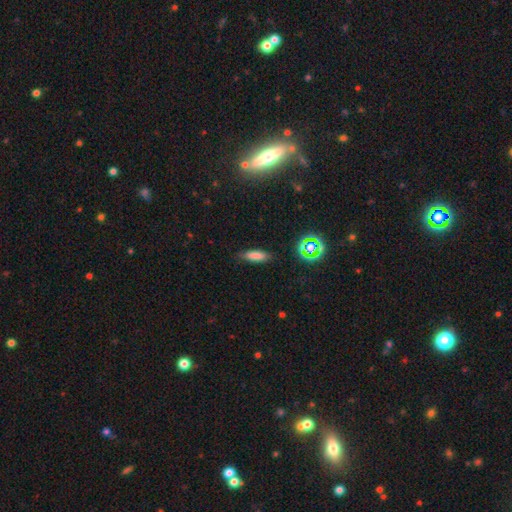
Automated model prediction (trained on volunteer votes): smooth-or-featured: smooth: 78% | star or artifact: 13% | featured or disk: 9%
  how-rounded: cigar-shaped: 51% | in between: 46% | round: 3%
  merging: none: 84% | minor disturbance: 12% | major disturbance: 3% | merger: 1%